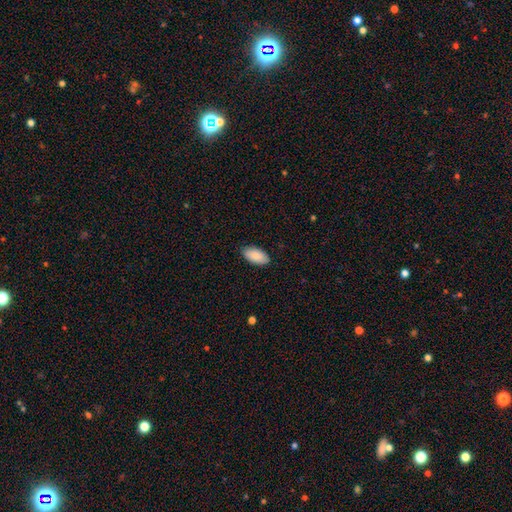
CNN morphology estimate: The model was most divided on "merging": none: 88%, minor disturbance: 10%, major disturbance: 2%, merger: 1%. More confident: how rounded — in between (95%); smooth or featured — smooth (87%).